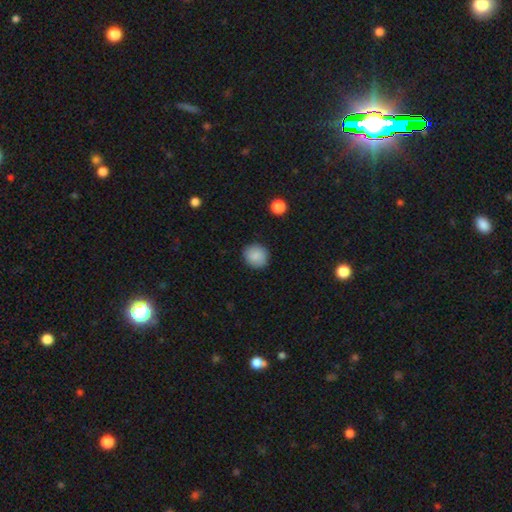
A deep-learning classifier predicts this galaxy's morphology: Smooth or featured? Predicted: smooth (p=0.88). How rounded? Predicted: round (p=0.84). Merging? Predicted: none (p=0.89).